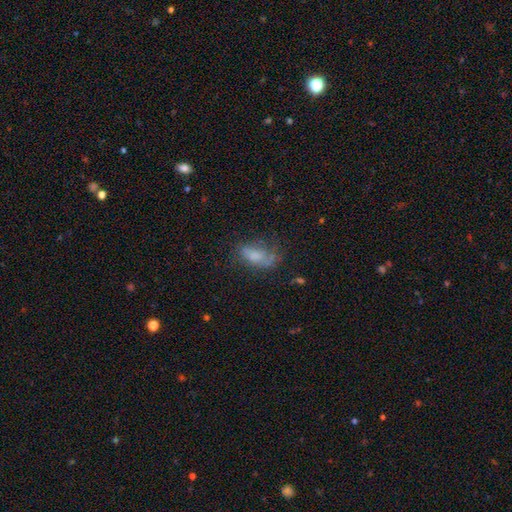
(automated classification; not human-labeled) smooth_or_featured: smooth (p=0.60) [alt: featured or disk p=0.28]
how_rounded: in between (p=0.85) [alt: cigar-shaped p=0.10]
merging: none (p=0.43) [alt: minor disturbance p=0.28]